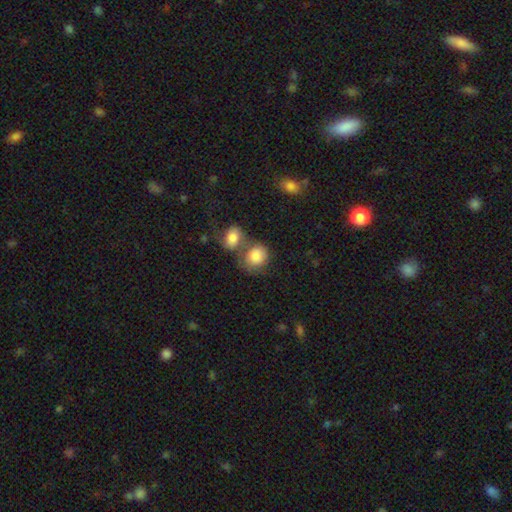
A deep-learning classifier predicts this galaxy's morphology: A smooth galaxy with no disk features (78%) that is round (60%).

Vote fractions:
- Smooth or featured? smooth: 78% / featured or disk: 14% / star or artifact: 7%
- How rounded? round: 60% / in between: 39% / cigar-shaped: 1%
- Merging? merger: 48% / none: 32% / minor disturbance: 12% / major disturbance: 8%